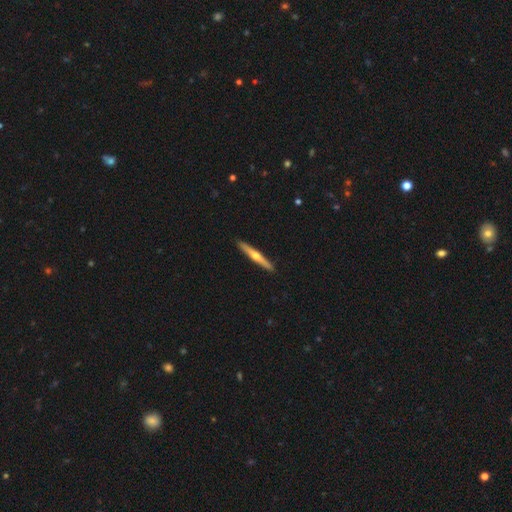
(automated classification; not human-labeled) Q: Smooth or featured?
A: featured or disk (62%); runner-up: smooth (33%)
Q: Edge-on disk?
A: yes (97%); runner-up: no (3%)
Q: Edge-on bulge?
A: rounded (88%); runner-up: none (9%)
Q: Merging?
A: none (92%); runner-up: minor disturbance (5%)